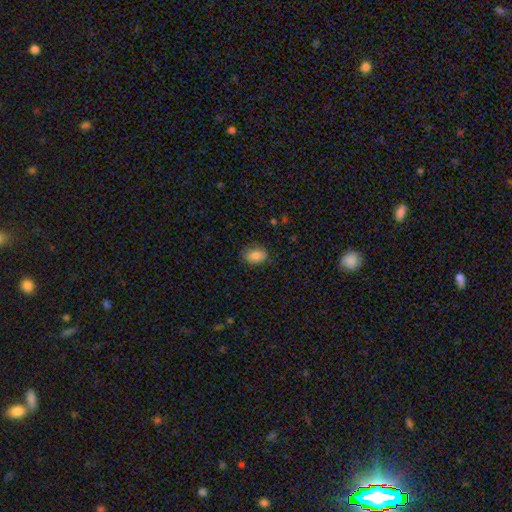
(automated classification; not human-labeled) This appears to be a smooth galaxy with no disk features (84%) that is in between round and cigar-shaped (75%). Merging: none (77%).